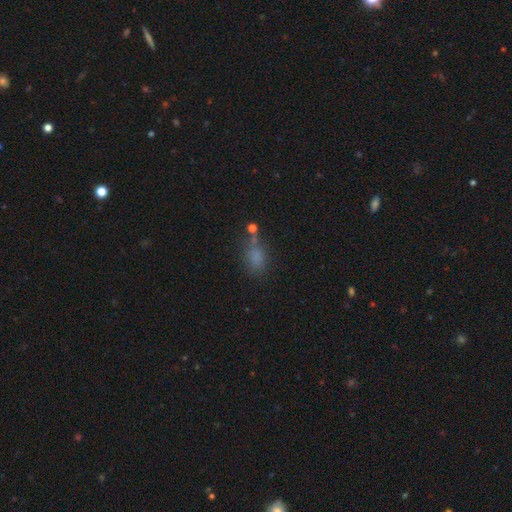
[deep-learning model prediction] A smooth galaxy with no disk features (72%) that is in between round and cigar-shaped (71%).

Vote fractions:
- Smooth or featured? smooth: 72% / star or artifact: 18% / featured or disk: 9%
- How rounded? in between: 71% / round: 24% / cigar-shaped: 5%
- Merging? none: 56% / minor disturbance: 20% / merger: 13% / major disturbance: 11%